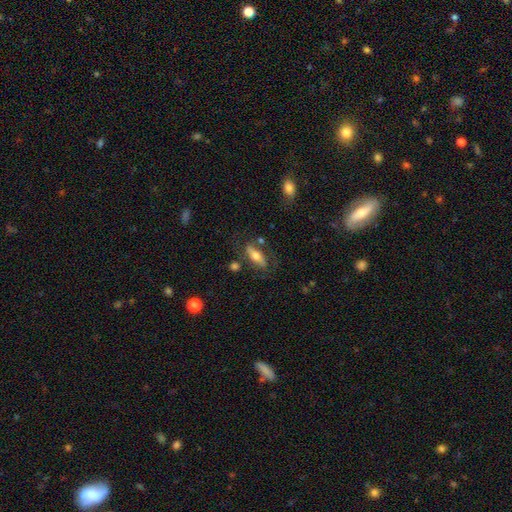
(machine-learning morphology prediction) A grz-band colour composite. It shows a smooth galaxy with no disk features (52%) that is in between round and cigar-shaped (64%). Merging: none (62%).